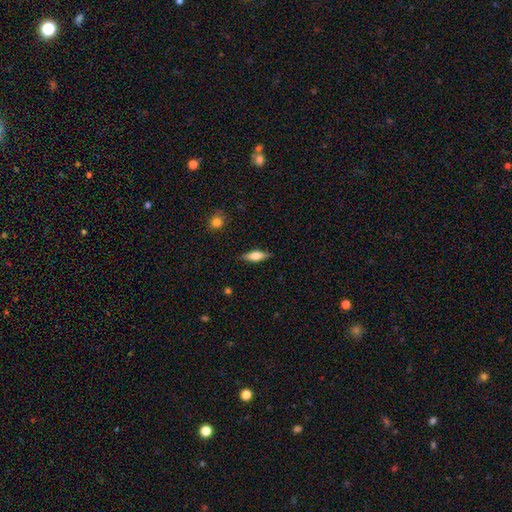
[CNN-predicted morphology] A smooth galaxy with no disk features (63%) that is in between round and cigar-shaped (52%).

Vote fractions:
- Smooth or featured? smooth: 63% / featured or disk: 30% / star or artifact: 7%
- How rounded? in between: 52% / cigar-shaped: 45% / round: 3%
- Merging? none: 86% / minor disturbance: 10% / major disturbance: 2% / merger: 1%